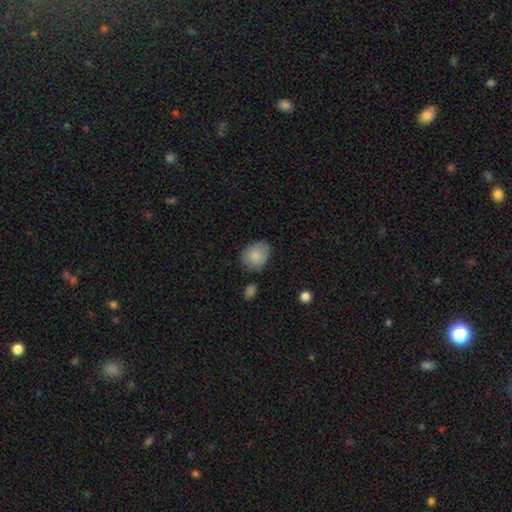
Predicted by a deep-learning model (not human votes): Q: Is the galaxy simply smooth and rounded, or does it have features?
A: smooth — 82%.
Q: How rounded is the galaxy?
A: round — 50%.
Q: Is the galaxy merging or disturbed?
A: none — 66%.